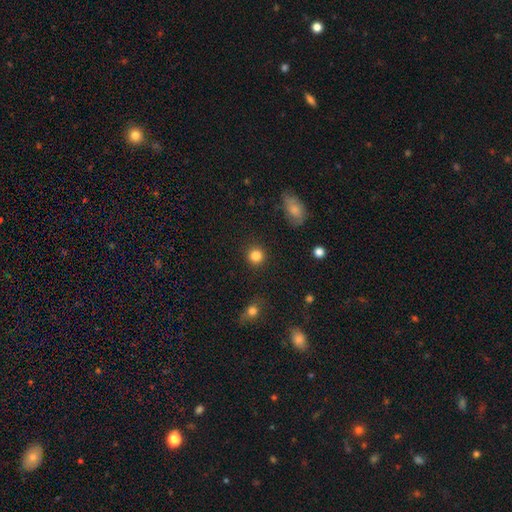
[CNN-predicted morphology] A smooth galaxy with no disk features (85%) that is round (91%). Merging: none (90%).